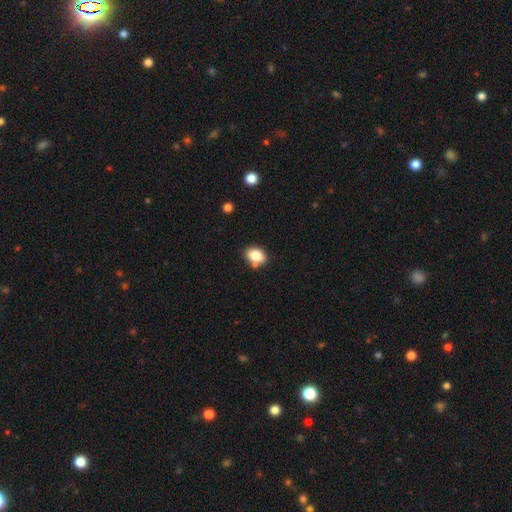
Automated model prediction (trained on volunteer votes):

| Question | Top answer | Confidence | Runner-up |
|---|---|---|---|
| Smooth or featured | smooth | 82% | star or artifact (9%) |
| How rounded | in between | 76% | round (22%) |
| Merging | none | 69% | minor disturbance (14%) |